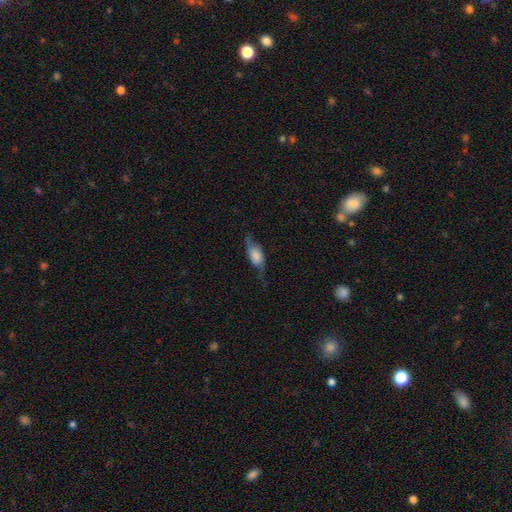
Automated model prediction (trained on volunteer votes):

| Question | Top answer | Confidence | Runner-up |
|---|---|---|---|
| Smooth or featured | featured or disk | 52% | smooth (40%) |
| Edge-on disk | no | 69% | yes (31%) |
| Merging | none | 58% | minor disturbance (24%) |